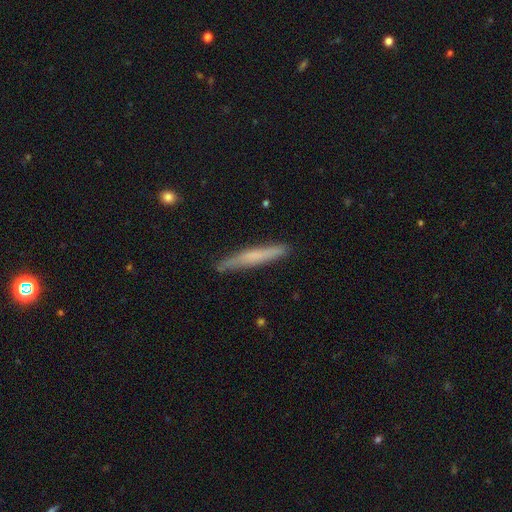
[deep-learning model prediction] Smooth or featured: smooth — 58% (featured or disk — 36%)
How rounded: cigar-shaped — 96% (in between — 3%)
Merging: none — 85% (minor disturbance — 12%)